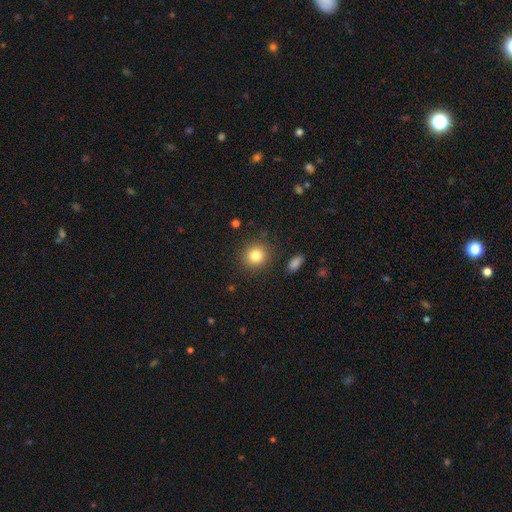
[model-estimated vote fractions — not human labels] Q: Smooth or featured?
A: smooth (82%); runner-up: star or artifact (11%)
Q: How rounded?
A: round (89%); runner-up: in between (10%)
Q: Merging?
A: none (88%); runner-up: minor disturbance (7%)